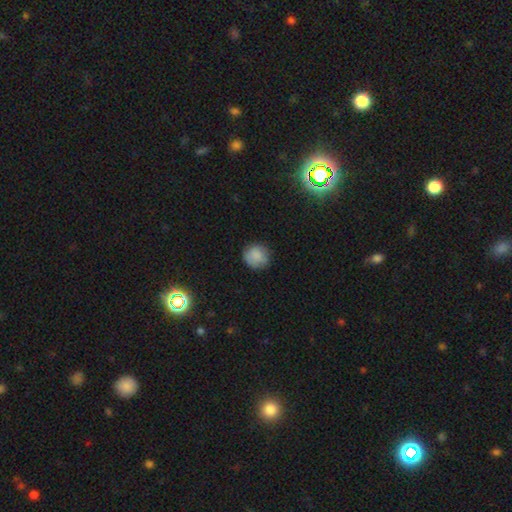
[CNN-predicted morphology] Overall: smooth (81%). How rounded: round (91%). Merging: none (82%).